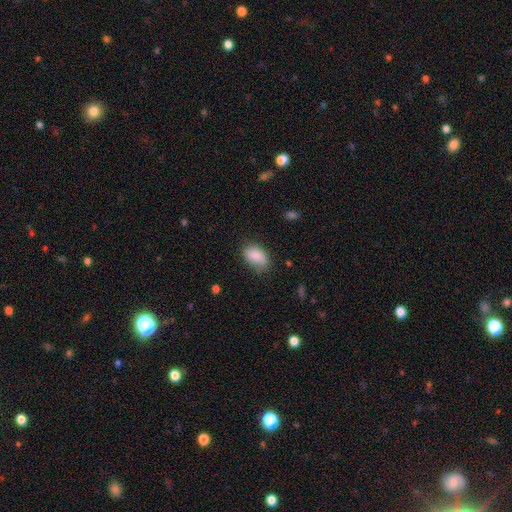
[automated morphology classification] Q: Smooth or featured?
A: smooth (86%); runner-up: star or artifact (7%)
Q: How rounded?
A: in between (90%); runner-up: round (8%)
Q: Merging?
A: none (68%); runner-up: minor disturbance (24%)